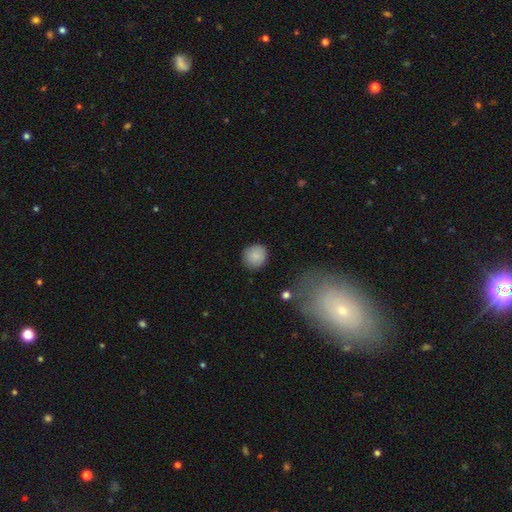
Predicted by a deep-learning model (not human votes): This is clearly a smooth galaxy (87%). How rounded: clearly round (85%). Merging: clearly none (86%).